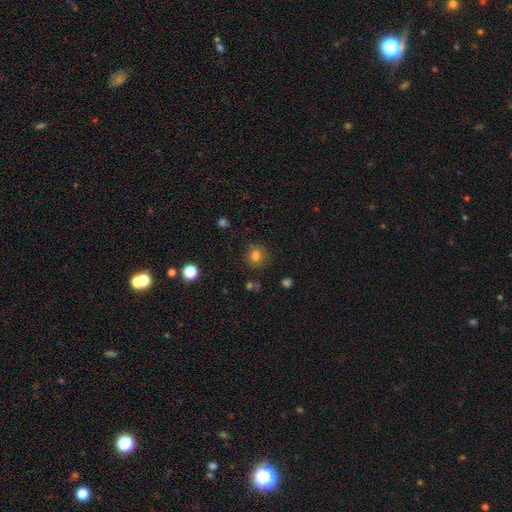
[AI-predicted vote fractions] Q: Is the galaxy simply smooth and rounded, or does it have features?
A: smooth — 79%.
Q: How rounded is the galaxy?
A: round — 84%.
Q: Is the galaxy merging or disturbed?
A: none — 83%.